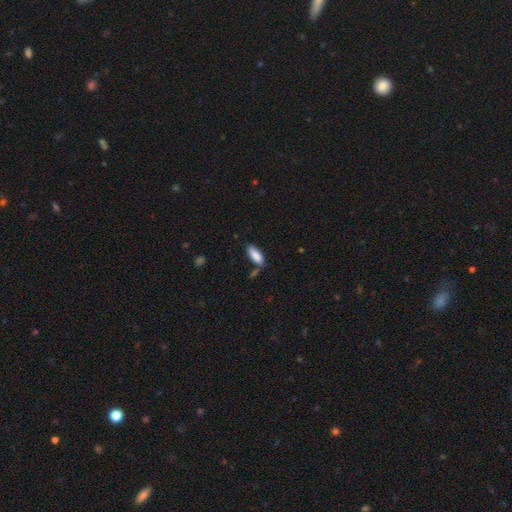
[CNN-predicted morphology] smooth_or_featured: smooth (p=0.87) [alt: star or artifact p=0.06]
how_rounded: in between (p=0.70) [alt: cigar-shaped p=0.28]
merging: none (p=0.74) [alt: minor disturbance p=0.16]